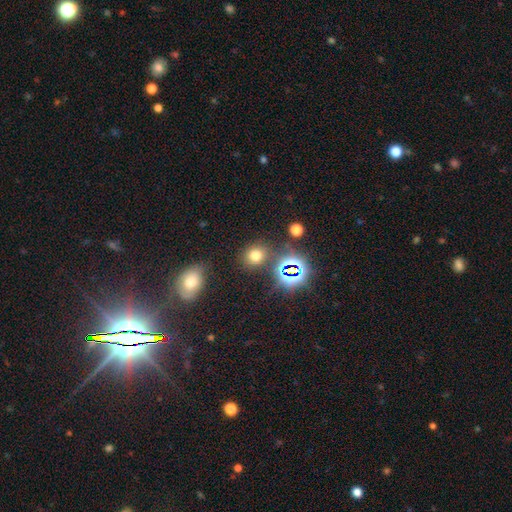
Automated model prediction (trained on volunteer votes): smooth_or_featured: smooth (p=0.66) [alt: star or artifact p=0.26]
how_rounded: round (p=0.72) [alt: in between p=0.26]
merging: none (p=0.79) [alt: minor disturbance p=0.10]